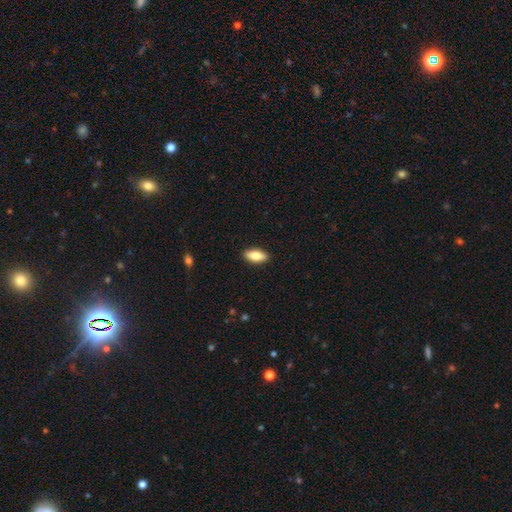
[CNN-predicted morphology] smooth-or-featured: smooth: 84% | featured or disk: 10% | star or artifact: 6%
  how-rounded: in between: 84% | cigar-shaped: 14% | round: 2%
  merging: none: 90% | minor disturbance: 8% | major disturbance: 2% | merger: 1%